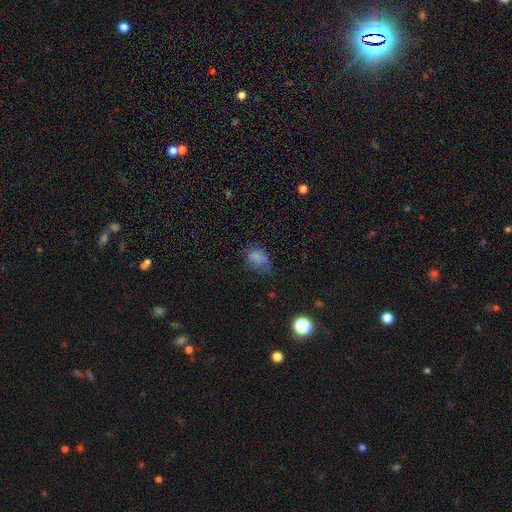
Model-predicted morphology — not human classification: The model was most divided on "merging": none: 49%, minor disturbance: 31%, major disturbance: 18%, merger: 2%. More confident: how rounded — in between (79%); smooth or featured — smooth (71%).